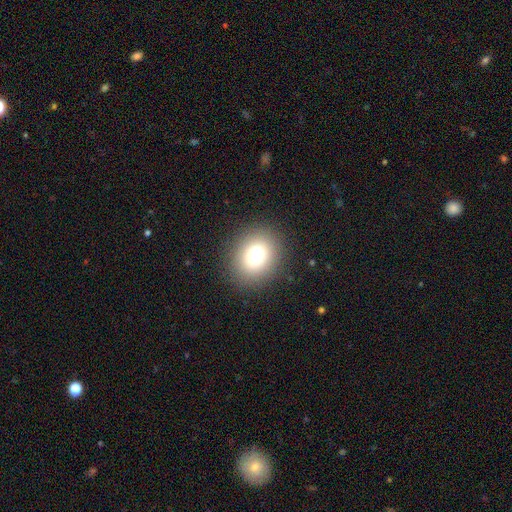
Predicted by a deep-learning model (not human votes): Morphology: type=smooth (75%); roundness=round (61%); merging=none (87%).